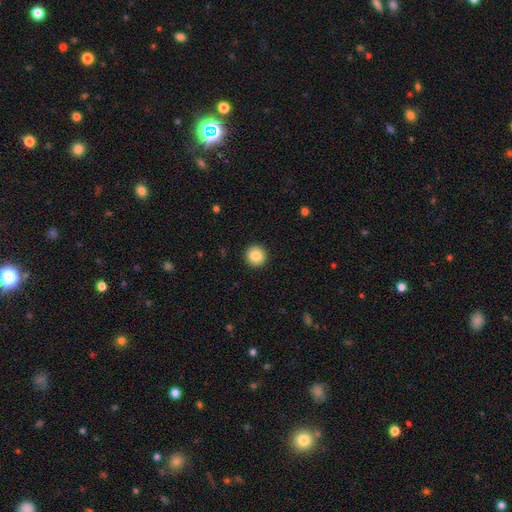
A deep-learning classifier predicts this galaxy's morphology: Smooth or featured?
  - smooth: 86% *
  - star or artifact: 9%
  - featured or disk: 5%
How rounded?
  - round: 95% *
  - in between: 4%
  - cigar-shaped: 1%
Merging?
  - none: 93% *
  - minor disturbance: 5%
  - major disturbance: 2%
  - merger: 1%